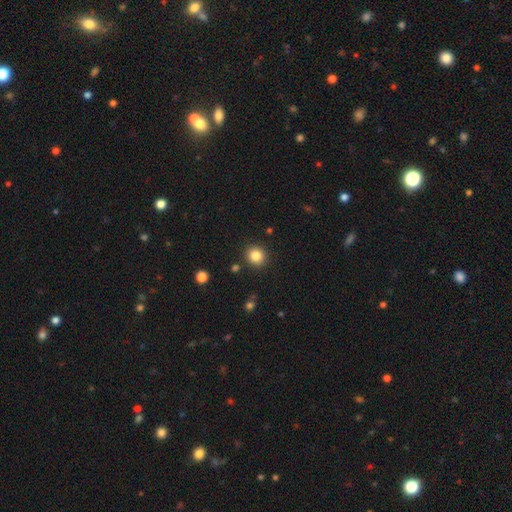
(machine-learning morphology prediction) Smooth or featured?
  - smooth: 84% *
  - star or artifact: 11%
  - featured or disk: 5%
How rounded?
  - round: 88% *
  - in between: 11%
  - cigar-shaped: 1%
Merging?
  - none: 89% *
  - minor disturbance: 6%
  - merger: 2%
  - major disturbance: 2%